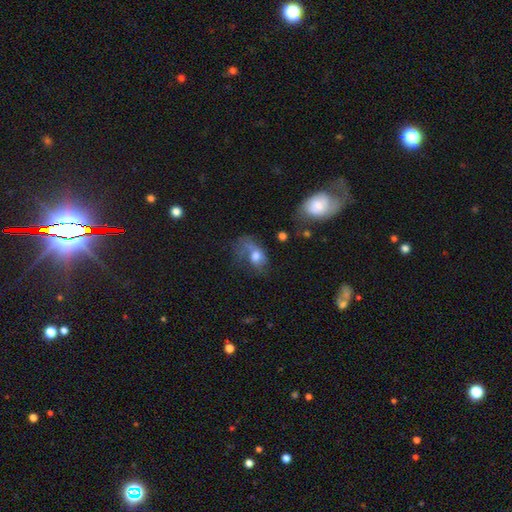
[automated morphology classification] type=smooth (56%); roundness=in between (73%); merging=major disturbance (50%).